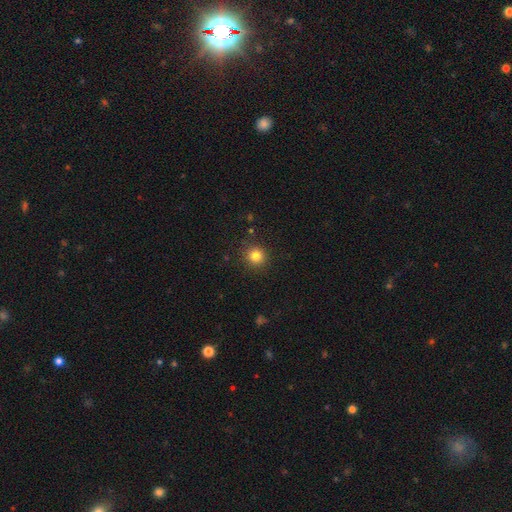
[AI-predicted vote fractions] smooth 82%, star or artifact 13%, featured or disk 6%. Down the decision tree: how rounded — round (92%); merging — none (90%).